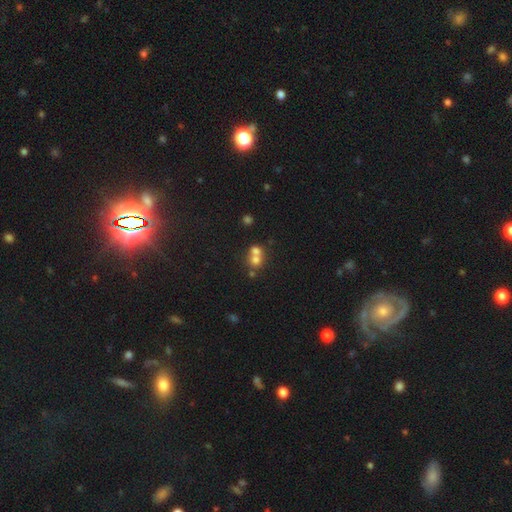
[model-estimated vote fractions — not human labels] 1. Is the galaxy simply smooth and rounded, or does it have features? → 67% smooth, 19% featured or disk, 14% star or artifact.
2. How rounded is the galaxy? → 81% round, 18% in between, 1% cigar-shaped.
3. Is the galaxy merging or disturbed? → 61% merger, 31% none, 5% minor disturbance, 3% major disturbance.